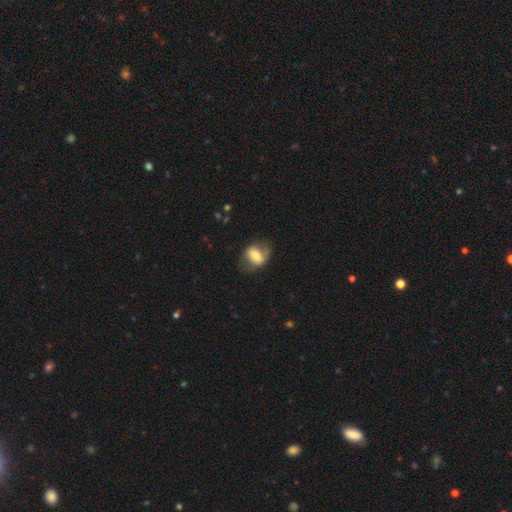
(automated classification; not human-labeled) Smooth or featured: smooth — 58% (featured or disk — 35%)
How rounded: in between — 69% (round — 29%)
Merging: none — 64% (minor disturbance — 21%)